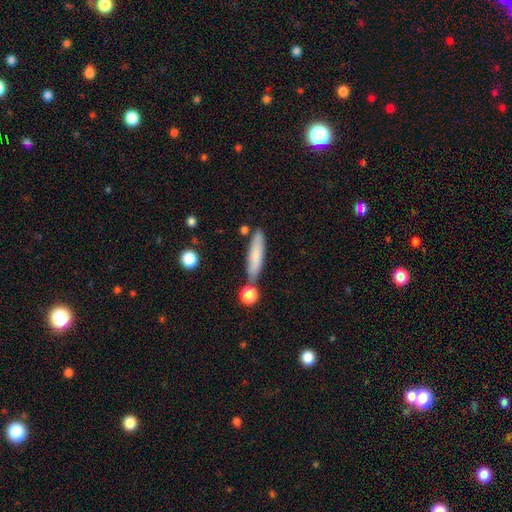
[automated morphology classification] Smooth or featured? Predicted: smooth (p=0.74). How rounded? Predicted: cigar-shaped (p=0.83). Merging? Predicted: none (p=0.72).